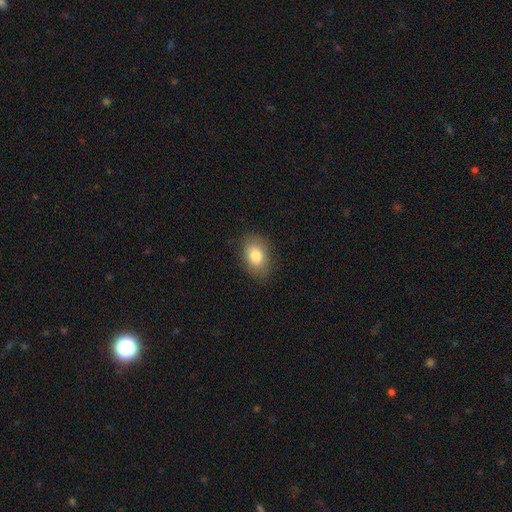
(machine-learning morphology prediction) A smooth galaxy with no disk features (81%) that is in between round and cigar-shaped (79%).

Vote fractions:
- Smooth or featured? smooth: 81% / featured or disk: 11% / star or artifact: 8%
- How rounded? in between: 79% / round: 20% / cigar-shaped: 1%
- Merging? none: 83% / minor disturbance: 13% / major disturbance: 3% / merger: 1%